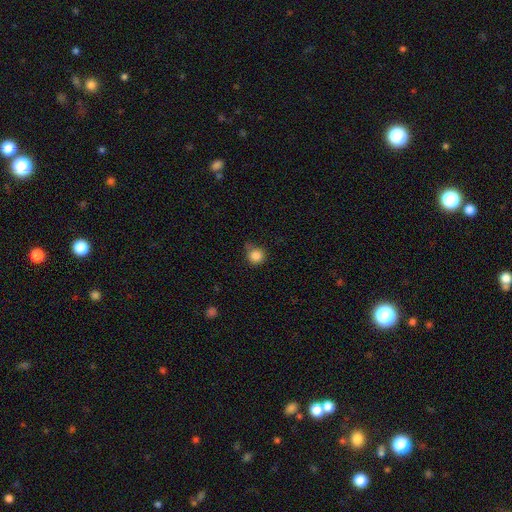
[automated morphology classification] smooth 86%, star or artifact 10%, featured or disk 4%. Down the decision tree: how rounded — round (93%); merging — none (66%).